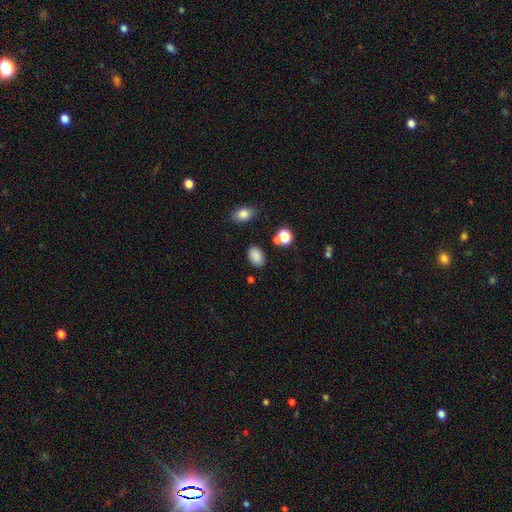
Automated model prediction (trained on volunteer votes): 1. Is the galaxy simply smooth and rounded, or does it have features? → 84% smooth, 12% star or artifact, 5% featured or disk.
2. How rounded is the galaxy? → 82% in between, 17% round, 1% cigar-shaped.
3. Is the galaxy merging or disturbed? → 81% none, 12% minor disturbance, 4% merger, 3% major disturbance.